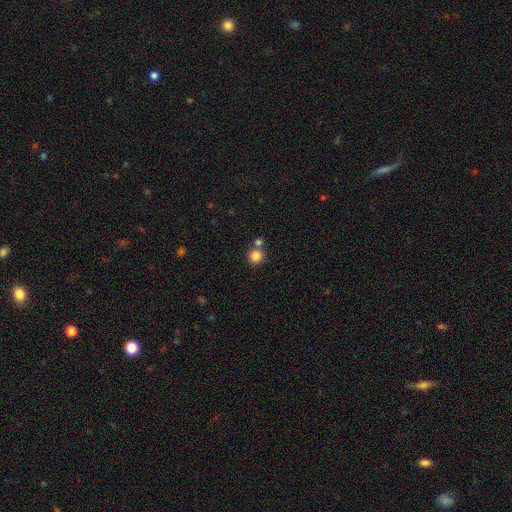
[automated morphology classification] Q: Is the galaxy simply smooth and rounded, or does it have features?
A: smooth — 84%.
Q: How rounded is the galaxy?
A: round — 94%.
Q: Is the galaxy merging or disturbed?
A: none — 67%.